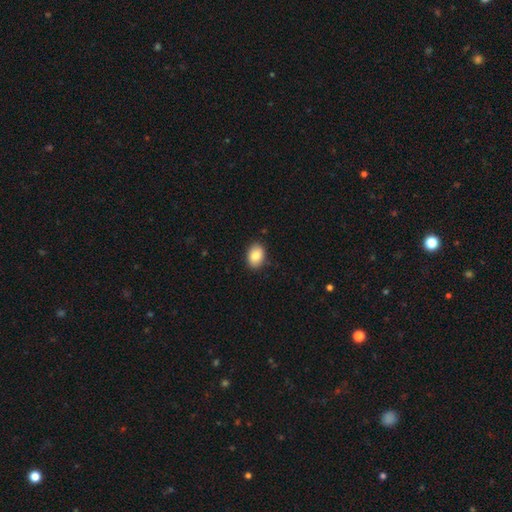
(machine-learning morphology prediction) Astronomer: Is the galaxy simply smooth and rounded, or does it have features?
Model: smooth — 86%.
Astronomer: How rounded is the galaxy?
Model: in between — 80%.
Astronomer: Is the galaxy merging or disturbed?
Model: none — 87%.